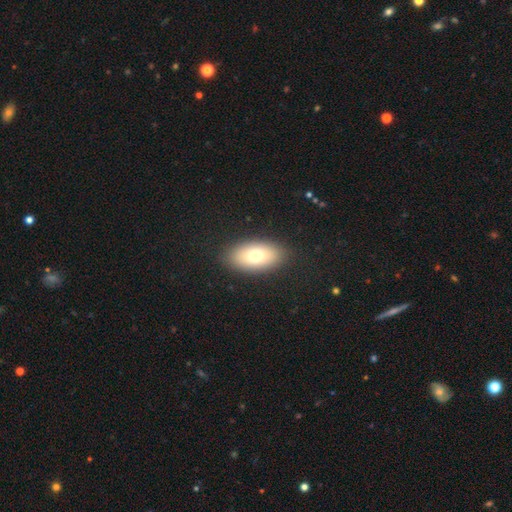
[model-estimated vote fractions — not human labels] Smooth or featured: smooth — 72% (featured or disk — 19%)
How rounded: in between — 90% (round — 6%)
Merging: none — 87% (minor disturbance — 9%)